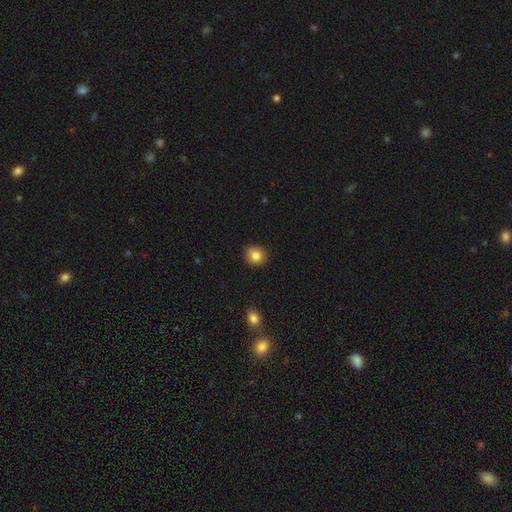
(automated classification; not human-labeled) Smooth or featured? smooth (83%)
How rounded? round (84%)
Merging? none (85%)